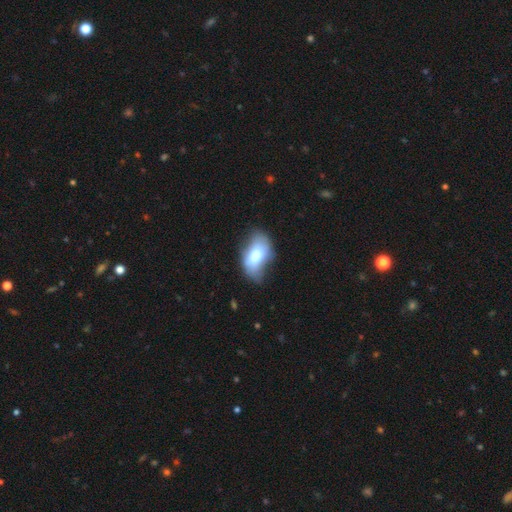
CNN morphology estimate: Smooth or featured: smooth — 68% (featured or disk — 24%)
How rounded: in between — 92% (round — 6%)
Merging: none — 48% (minor disturbance — 35%)